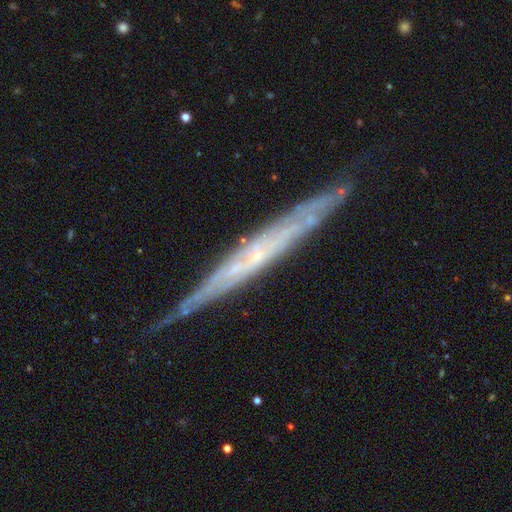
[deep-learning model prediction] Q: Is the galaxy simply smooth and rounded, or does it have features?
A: featured or disk — 78%.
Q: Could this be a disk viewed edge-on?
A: yes — 85%.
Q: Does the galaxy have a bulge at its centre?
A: none — 72%.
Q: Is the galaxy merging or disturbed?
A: none — 78%.